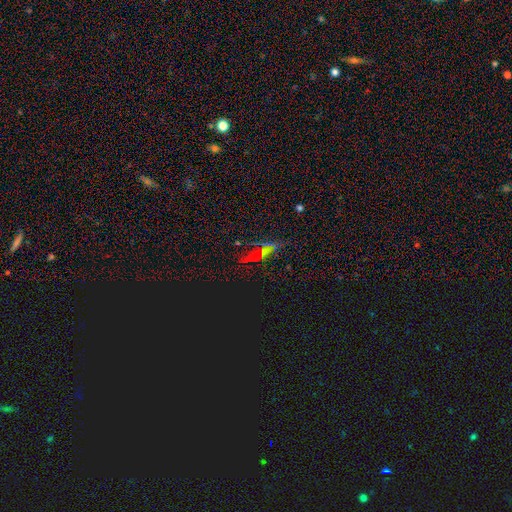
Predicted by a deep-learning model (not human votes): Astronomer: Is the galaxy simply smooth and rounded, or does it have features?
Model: star or artifact — 48% (runner-up: smooth, 34%).